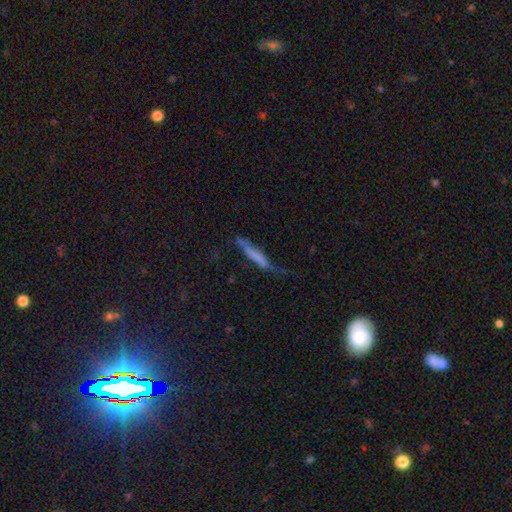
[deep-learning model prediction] smooth-or-featured: smooth: 52% | featured or disk: 38% | star or artifact: 10%
  how-rounded: cigar-shaped: 91% | in between: 7% | round: 2%
  merging: none: 45% | minor disturbance: 30% | major disturbance: 20% | merger: 5%